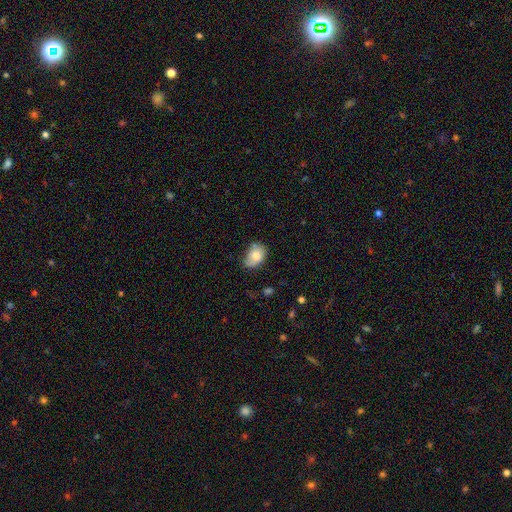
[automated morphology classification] A smooth galaxy with no disk features (75%) that is in between round and cigar-shaped (73%).

Vote fractions:
- Smooth or featured? smooth: 75% / featured or disk: 16% / star or artifact: 8%
- How rounded? in between: 73% / round: 26% / cigar-shaped: 1%
- Merging? none: 51% / minor disturbance: 37% / major disturbance: 9% / merger: 3%